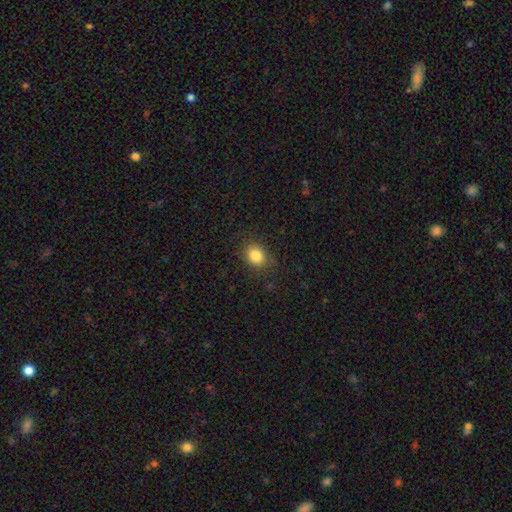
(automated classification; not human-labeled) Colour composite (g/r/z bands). It shows a smooth galaxy with no disk features (83%) that is round (52%). Merging: none (85%).